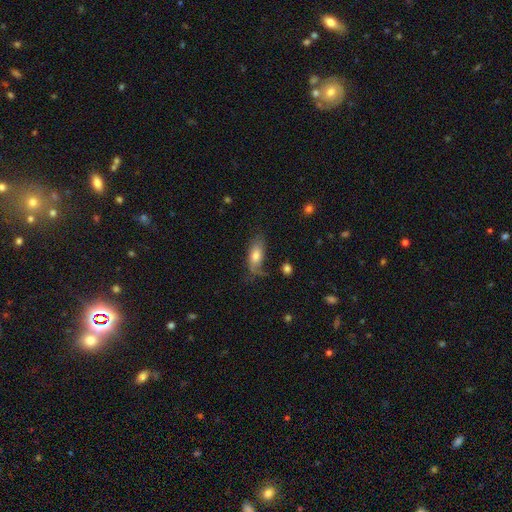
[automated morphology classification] Smooth or featured? smooth (67%)
How rounded? in between (82%)
Merging? none (50%)